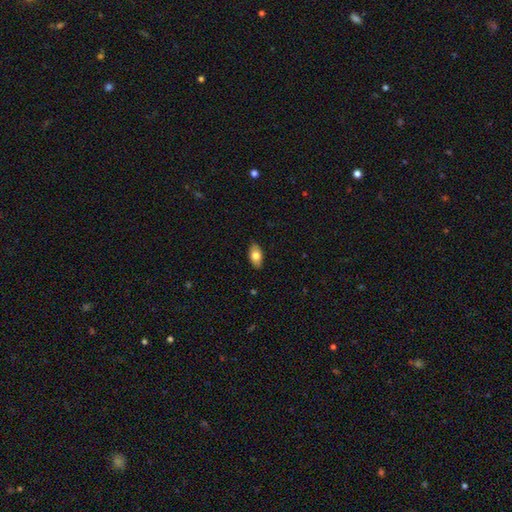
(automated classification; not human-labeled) A smooth galaxy with no disk features (75%) that is in between round and cigar-shaped (92%).

Vote fractions:
- Smooth or featured? smooth: 75% / featured or disk: 18% / star or artifact: 7%
- How rounded? in between: 92% / round: 4% / cigar-shaped: 4%
- Merging? none: 87% / minor disturbance: 10% / major disturbance: 2% / merger: 1%